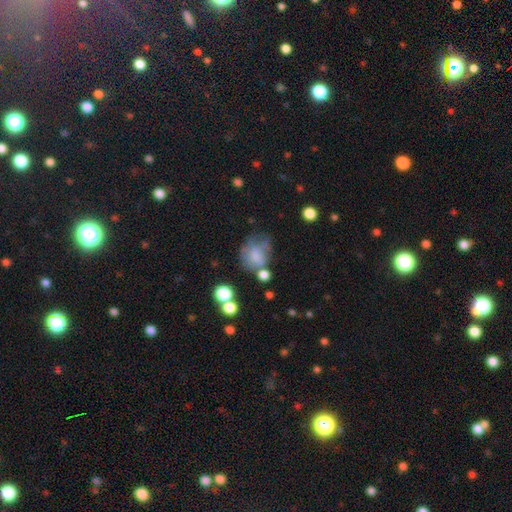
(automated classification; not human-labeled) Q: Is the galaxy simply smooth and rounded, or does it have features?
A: smooth — 64%.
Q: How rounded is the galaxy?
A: round — 59%.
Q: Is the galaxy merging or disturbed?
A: none — 37%.